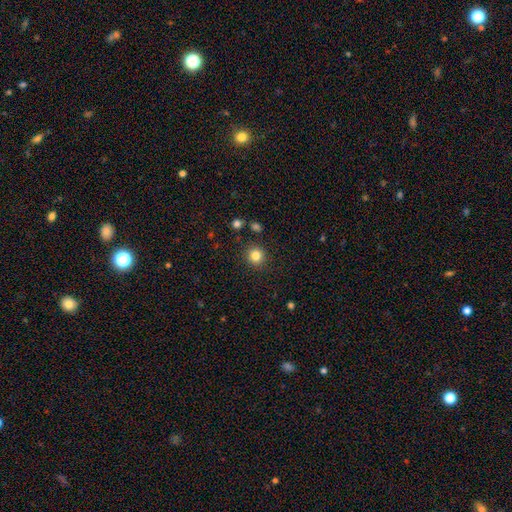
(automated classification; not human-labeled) A smooth galaxy with no disk features (83%) that is round (92%).

Vote fractions:
- Smooth or featured? smooth: 83% / star or artifact: 12% / featured or disk: 5%
- How rounded? round: 92% / in between: 7% / cigar-shaped: 1%
- Merging? none: 90% / minor disturbance: 6% / major disturbance: 2% / merger: 2%